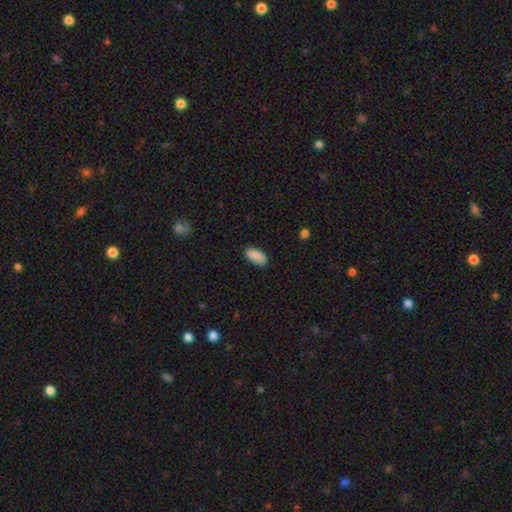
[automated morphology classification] Overall: smooth (88%). How rounded: in between (91%). Merging: none (85%).